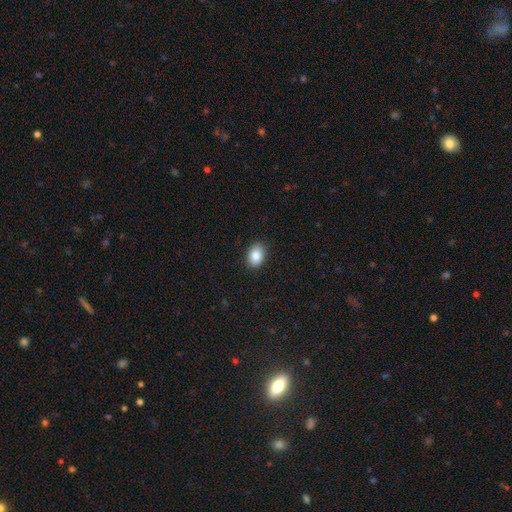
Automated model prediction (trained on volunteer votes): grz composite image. It shows a smooth galaxy with no disk features (86%) that is in between round and cigar-shaped (79%). Merging: none (89%).